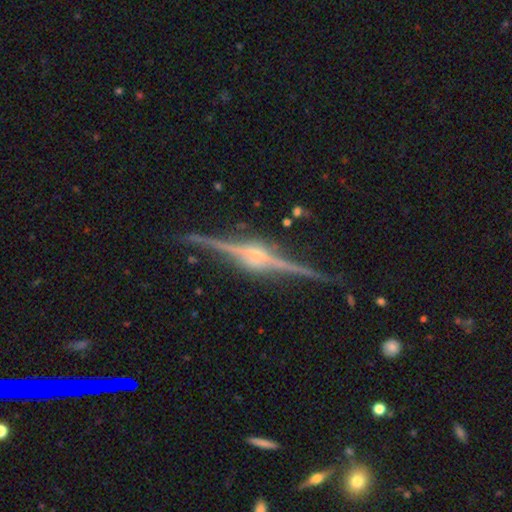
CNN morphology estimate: Smooth or featured? featured or disk (91%)
Edge-on disk? yes (98%)
Edge-on bulge? rounded (82%)
Merging? none (88%)